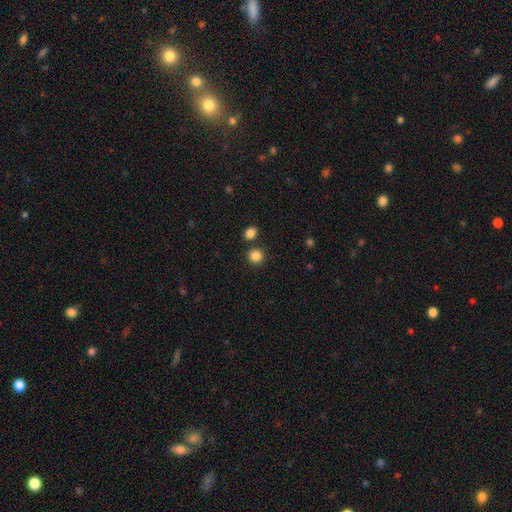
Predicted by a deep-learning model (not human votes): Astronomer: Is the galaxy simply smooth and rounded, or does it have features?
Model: smooth — 85%.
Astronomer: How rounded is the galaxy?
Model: round — 90%.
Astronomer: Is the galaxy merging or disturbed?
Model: none — 82%.